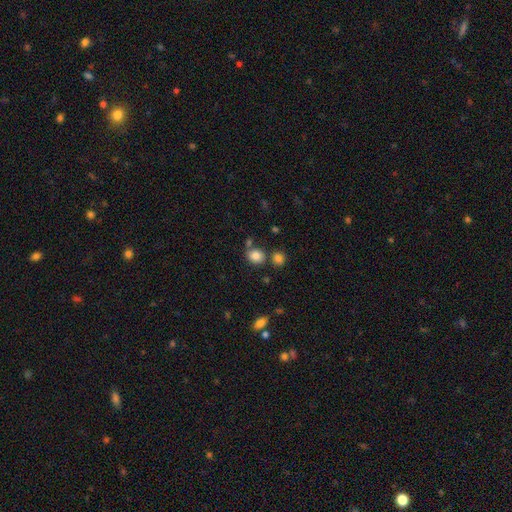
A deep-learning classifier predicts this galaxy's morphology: The model was most divided on "how rounded": round: 66%, in between: 33%, cigar-shaped: 1%. More confident: smooth or featured — smooth (83%); merging — none (68%).